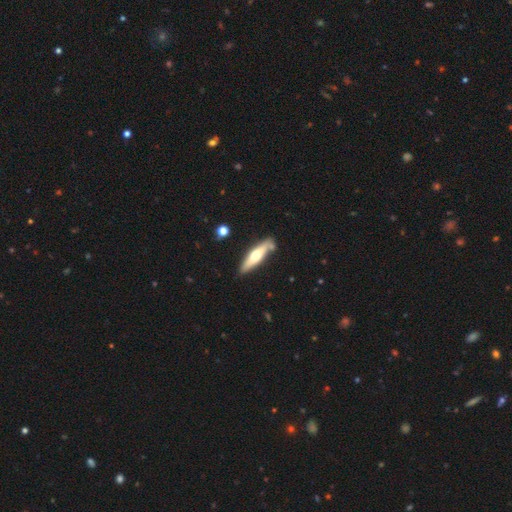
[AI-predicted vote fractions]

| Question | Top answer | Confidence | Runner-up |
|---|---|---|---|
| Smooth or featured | smooth | 48% | featured or disk (47%) |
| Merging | none | 78% | minor disturbance (14%) |